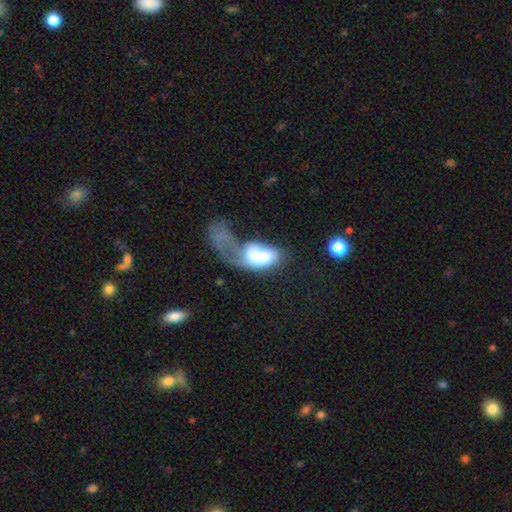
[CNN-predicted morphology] This is possibly a smooth galaxy (57%). How rounded: clearly in between (90%). Merging: possibly major disturbance (58%).